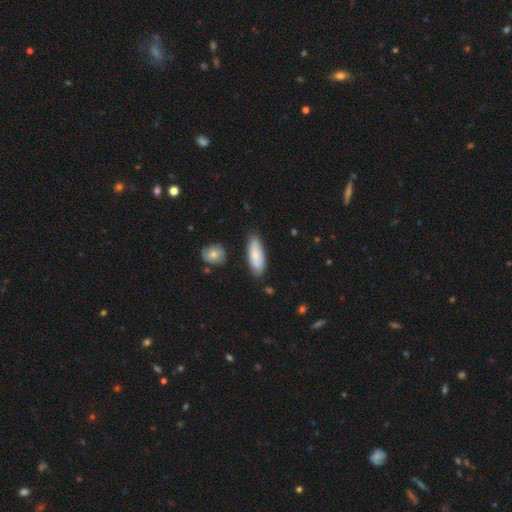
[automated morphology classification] smooth-or-featured: smooth: 76% | featured or disk: 18% | star or artifact: 6%
  how-rounded: in between: 68% | cigar-shaped: 30% | round: 2%
  merging: none: 78% | minor disturbance: 16% | merger: 3% | major disturbance: 3%